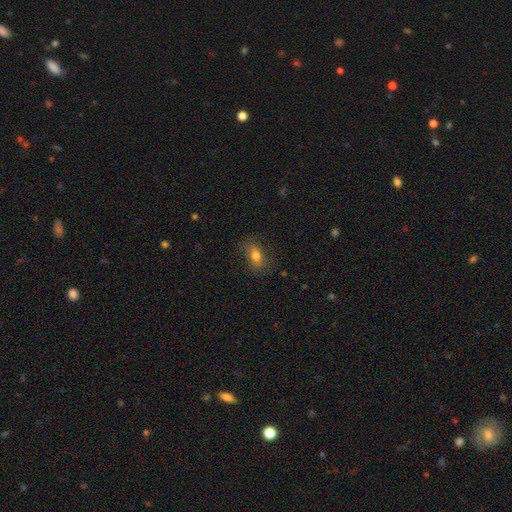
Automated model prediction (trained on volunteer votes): The model was most divided on "smooth or featured": smooth: 71%, featured or disk: 19%, star or artifact: 10%. More confident: how rounded — in between (81%); merging — none (74%).